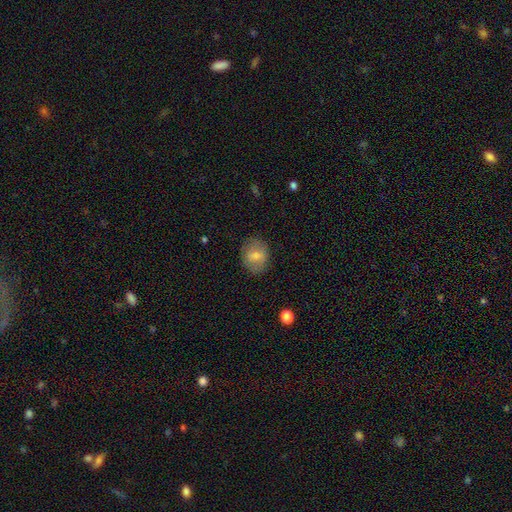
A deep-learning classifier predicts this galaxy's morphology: The model was most divided on "how rounded": round: 53%, in between: 46%, cigar-shaped: 1%. More confident: merging — none (78%); smooth or featured — smooth (70%).